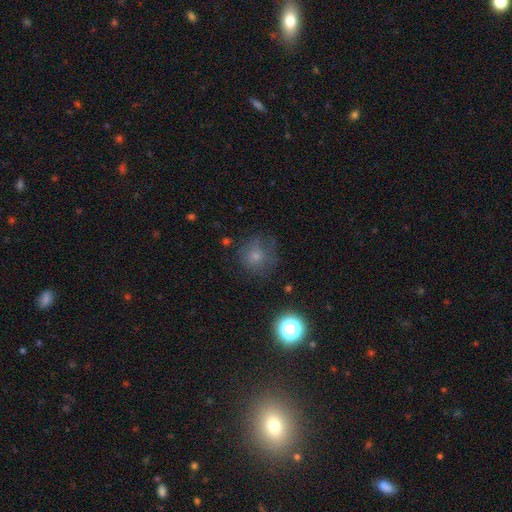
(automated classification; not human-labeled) smooth-or-featured: smooth: 67% | star or artifact: 18% | featured or disk: 15%
  how-rounded: round: 88% | in between: 11% | cigar-shaped: 1%
  merging: none: 63% | minor disturbance: 21% | major disturbance: 13% | merger: 3%